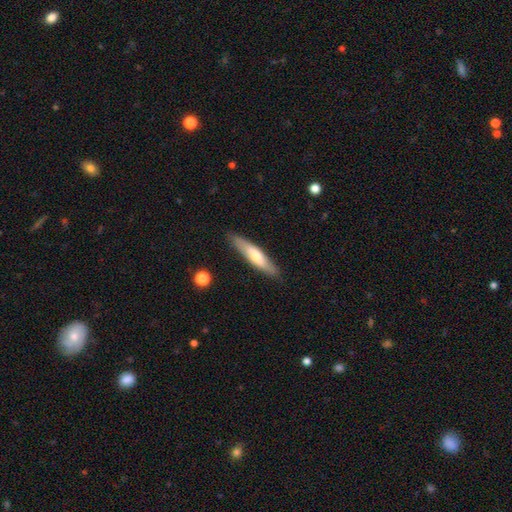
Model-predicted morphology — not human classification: A smooth galaxy with no disk features (59%) that is cigar-shaped (82%). Merging: none (87%).